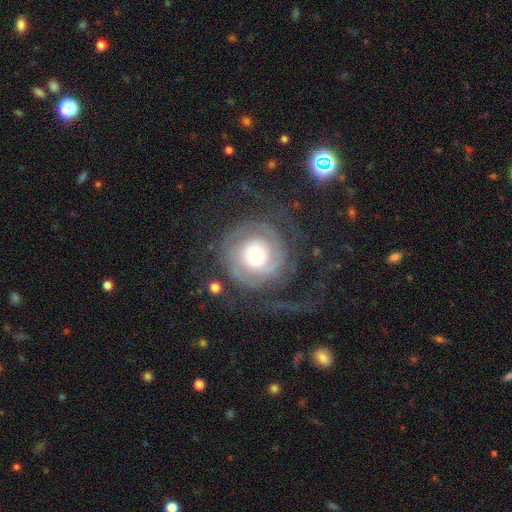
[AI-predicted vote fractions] smooth_or_featured: featured or disk (p=0.79) [alt: smooth p=0.14]
disk_edge_on: no (p=0.98) [alt: yes p=0.02]
bar: no (p=0.79) [alt: weak p=0.16]
has_spiral_arms: yes (p=0.92) [alt: no p=0.08]
spiral_winding: tight (p=0.65) [alt: medium p=0.24]
spiral_arm_count: 2 (p=0.50) [alt: can't tell p=0.21]
bulge_size: moderate (p=0.47) [alt: small p=0.26]
merging: none (p=0.63) [alt: major disturbance p=0.20]